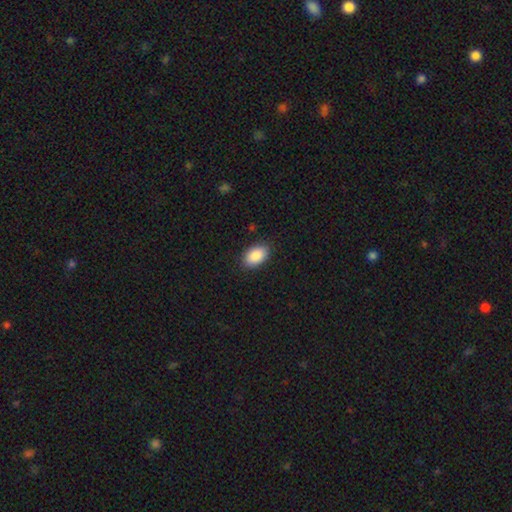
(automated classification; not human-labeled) smooth-or-featured: smooth: 89% | star or artifact: 6% | featured or disk: 4%
  how-rounded: in between: 92% | round: 7% | cigar-shaped: 1%
  merging: none: 87% | minor disturbance: 10% | major disturbance: 2% | merger: 1%